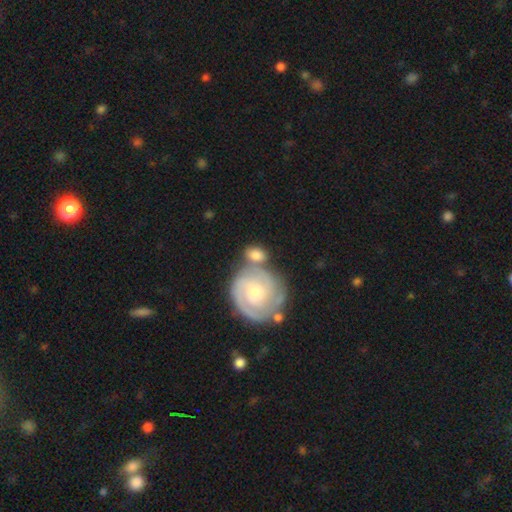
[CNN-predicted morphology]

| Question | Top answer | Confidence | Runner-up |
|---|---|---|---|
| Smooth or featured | smooth | 53% | featured or disk (40%) |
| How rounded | in between | 57% | round (40%) |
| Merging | none | 49% | merger (29%) |